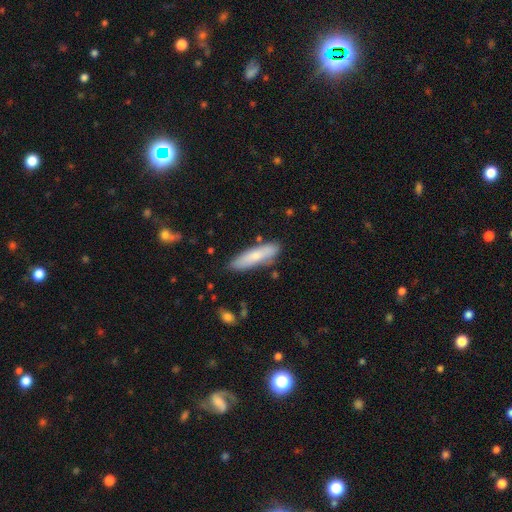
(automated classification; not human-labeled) Overall: smooth (72%). How rounded: cigar-shaped (68%; in between 30%). Merging: none (79%).